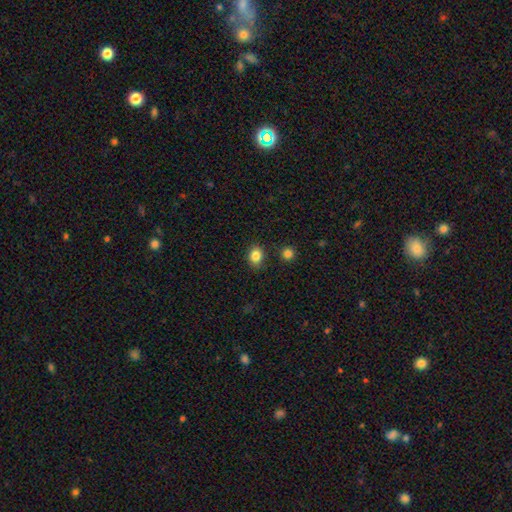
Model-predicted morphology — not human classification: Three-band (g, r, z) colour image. It shows a smooth galaxy with no disk features (85%) that is in between round and cigar-shaped (51%). Merging: none (85%).